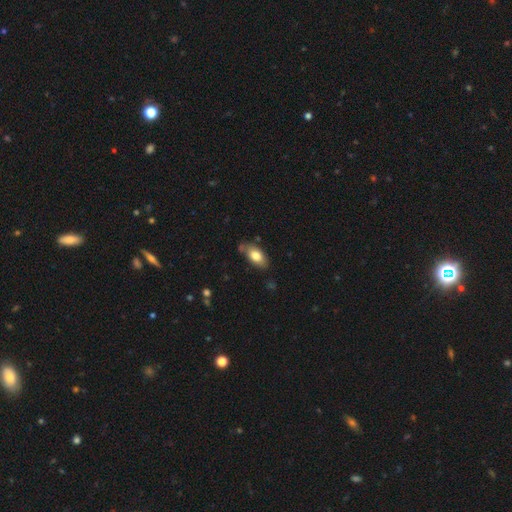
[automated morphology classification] This appears to be a smooth galaxy with no disk features (77%) that is in between round and cigar-shaped (91%). Merging: none (66%).